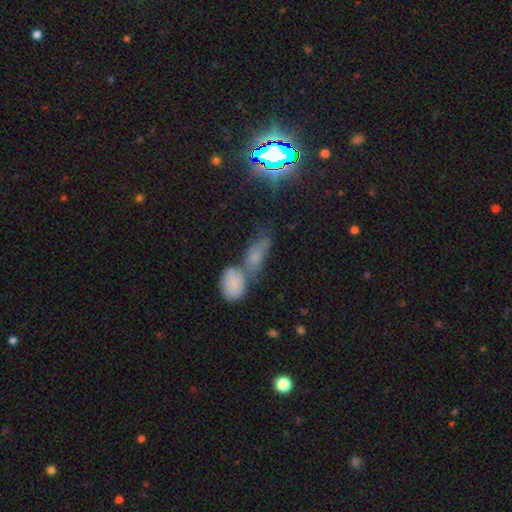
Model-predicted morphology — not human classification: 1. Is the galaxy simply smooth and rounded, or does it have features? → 63% smooth, 21% star or artifact, 16% featured or disk.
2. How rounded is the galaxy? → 77% in between, 13% cigar-shaped, 9% round.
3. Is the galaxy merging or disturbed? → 52% merger, 26% none, 13% minor disturbance, 9% major disturbance.